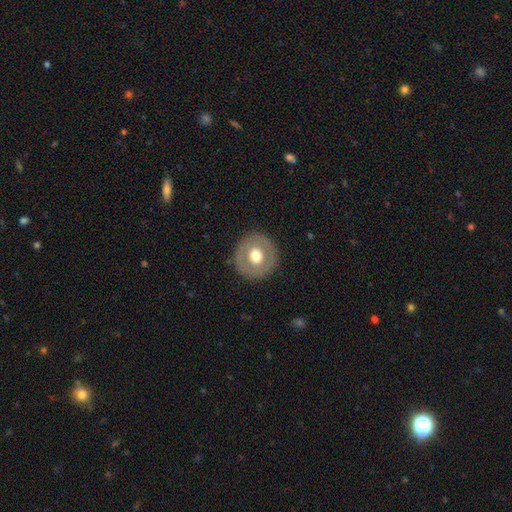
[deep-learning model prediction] A smooth galaxy with no disk features (55%) that is round (92%).

Vote fractions:
- Smooth or featured? smooth: 55% / featured or disk: 39% / star or artifact: 6%
- How rounded? round: 92% / in between: 7% / cigar-shaped: 1%
- Merging? none: 88% / minor disturbance: 8% / major disturbance: 3% / merger: 1%